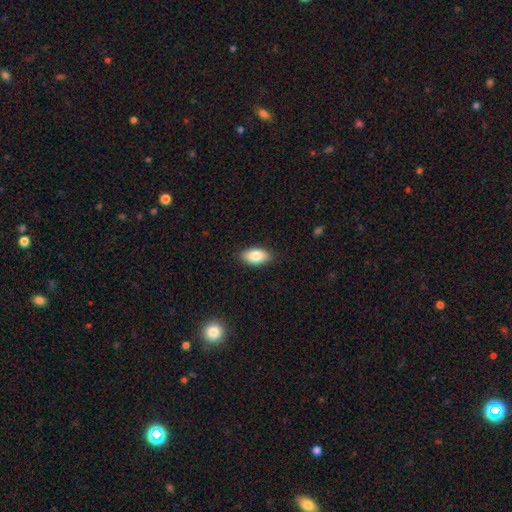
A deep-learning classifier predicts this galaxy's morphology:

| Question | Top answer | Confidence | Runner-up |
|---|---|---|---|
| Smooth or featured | smooth | 83% | featured or disk (10%) |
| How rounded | in between | 93% | round (4%) |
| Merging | none | 88% | minor disturbance (9%) |